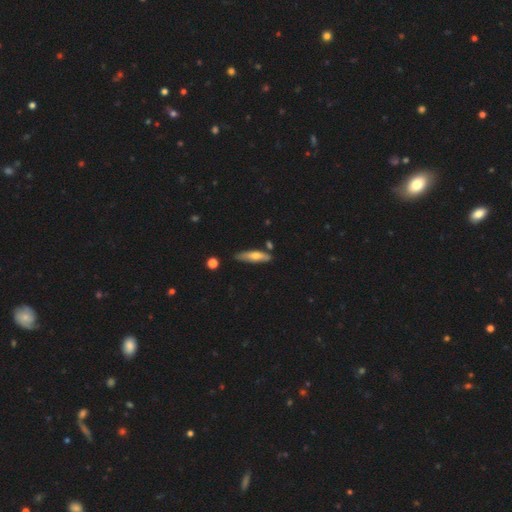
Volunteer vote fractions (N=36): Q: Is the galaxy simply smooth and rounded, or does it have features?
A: smooth — 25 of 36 (69%).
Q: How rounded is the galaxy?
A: cigar-shaped — 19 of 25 (76%).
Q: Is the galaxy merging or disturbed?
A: none — 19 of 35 (54%).